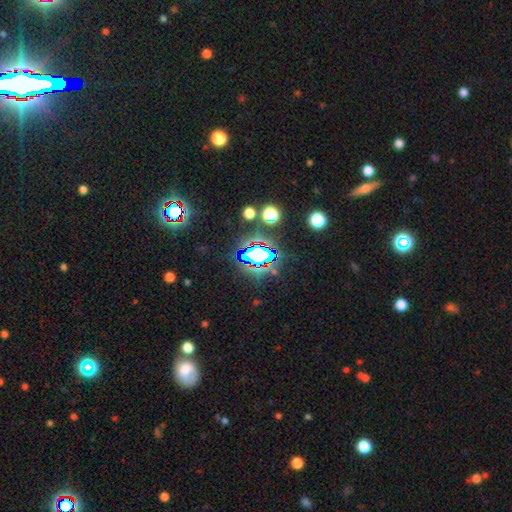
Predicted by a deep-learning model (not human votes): Smooth or featured? Predicted: star or artifact (p=0.71).